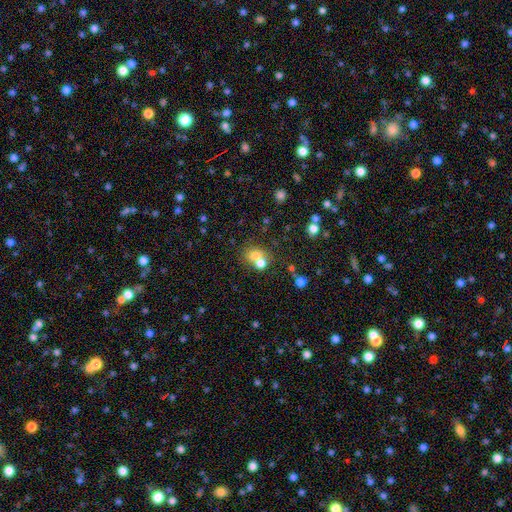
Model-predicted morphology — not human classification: Smooth or featured? smooth (67%)
How rounded? round (59%)
Merging? merger (48%)